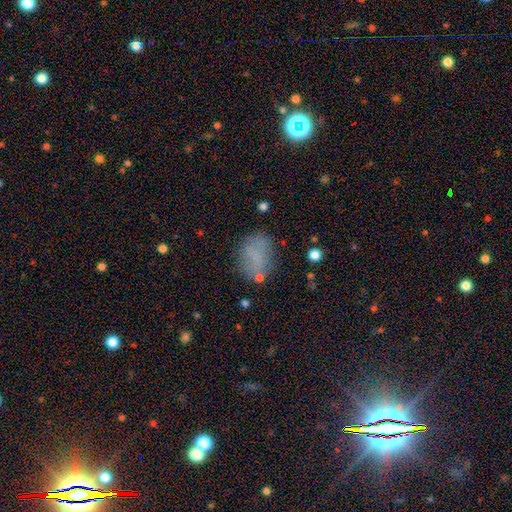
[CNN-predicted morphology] Smooth or featured: smooth — 69% (featured or disk — 18%)
How rounded: in between — 73% (round — 26%)
Merging: none — 65% (minor disturbance — 20%)